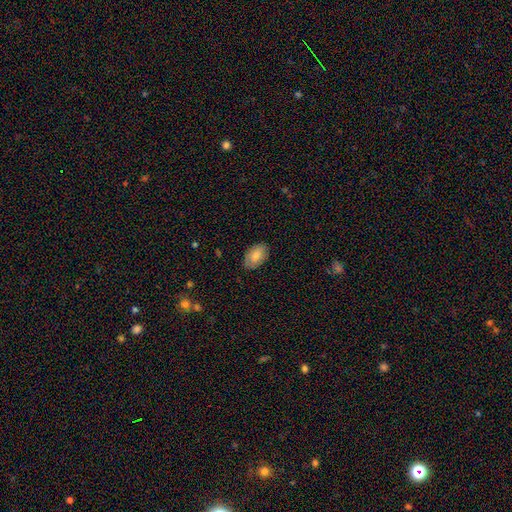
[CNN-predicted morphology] smooth 77%, featured or disk 17%, star or artifact 7%. Down the decision tree: how rounded — in between (92%); merging — none (83%).